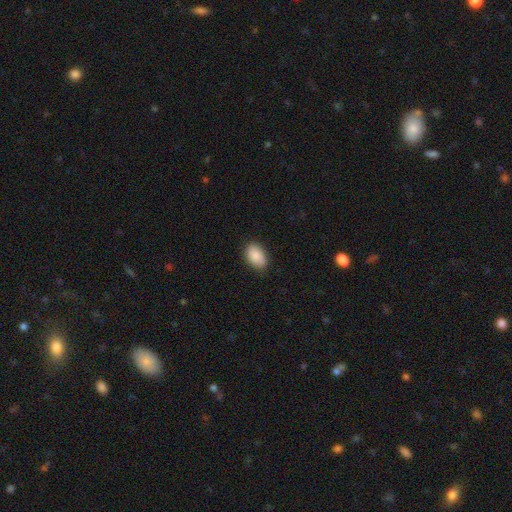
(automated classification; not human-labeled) Overall: smooth (89%). How rounded: in between (91%). Merging: none (84%).